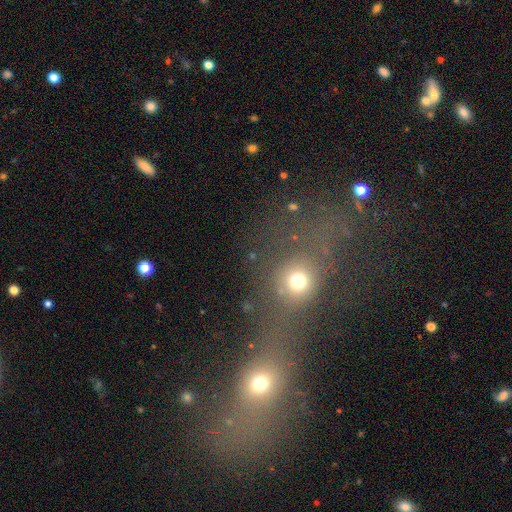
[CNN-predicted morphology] smooth 52%, star or artifact 32%, featured or disk 17%. Down the decision tree: how rounded — round (66%); merging — merger (72%).